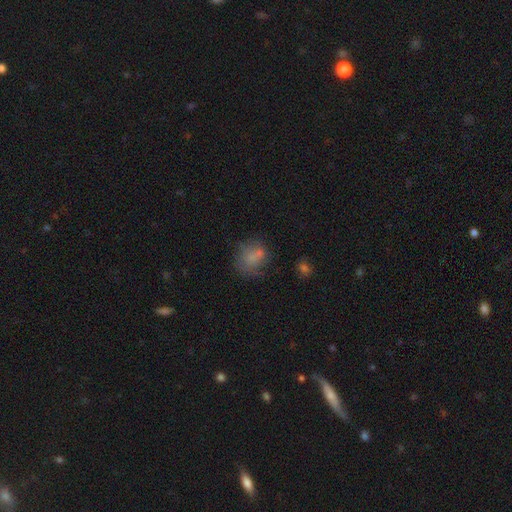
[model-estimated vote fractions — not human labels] smooth 67%, featured or disk 17%, star or artifact 16%. Down the decision tree: how rounded — round (55%); merging — none (58%).